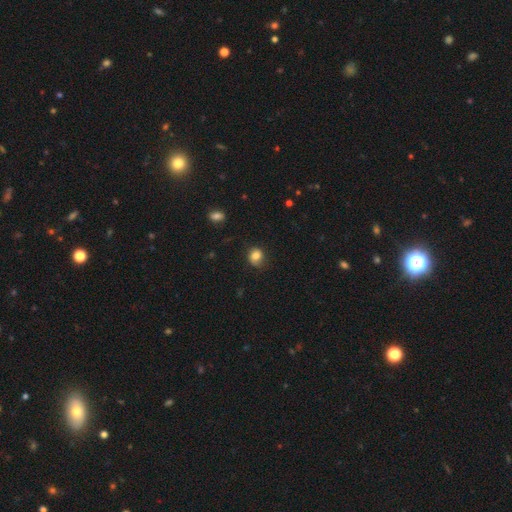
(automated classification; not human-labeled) Overall: smooth (81%). How rounded: round (68%; in between 31%). Merging: none (70%).